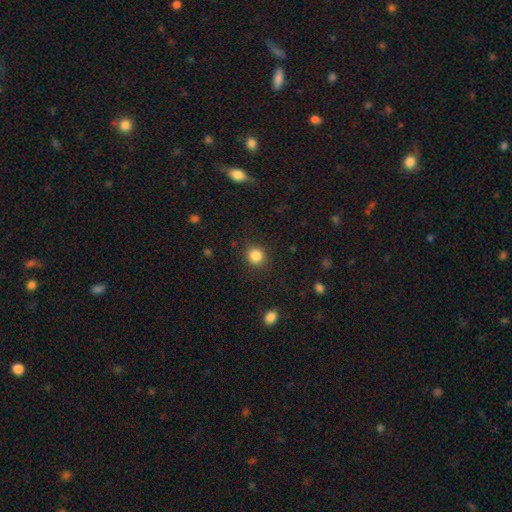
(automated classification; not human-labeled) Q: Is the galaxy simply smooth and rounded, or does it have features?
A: smooth — 86%.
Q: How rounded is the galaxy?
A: round — 87%.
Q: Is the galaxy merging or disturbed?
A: none — 89%.